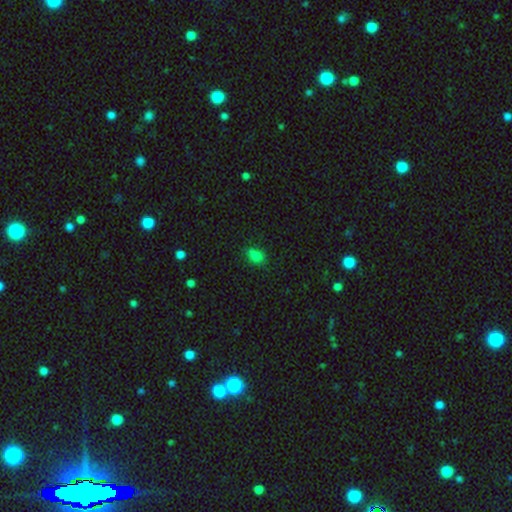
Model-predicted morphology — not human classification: type=smooth (80%); roundness=in between (71%); merging=none (70%).